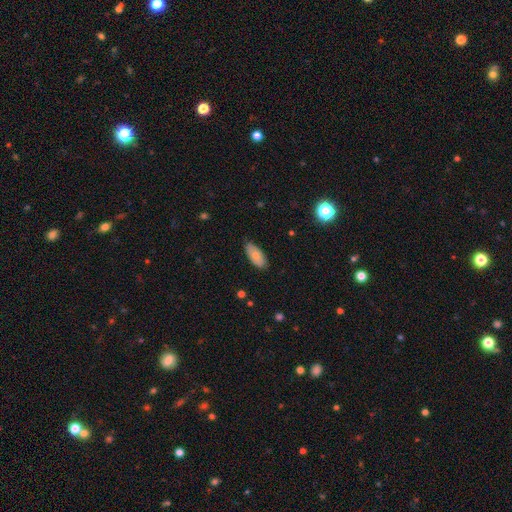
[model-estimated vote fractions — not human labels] A smooth galaxy with no disk features (71%) that is in between round and cigar-shaped (89%).

Vote fractions:
- Smooth or featured? smooth: 71% / featured or disk: 22% / star or artifact: 7%
- How rounded? in between: 89% / cigar-shaped: 9% / round: 3%
- Merging? none: 82% / minor disturbance: 15% / major disturbance: 2% / merger: 1%